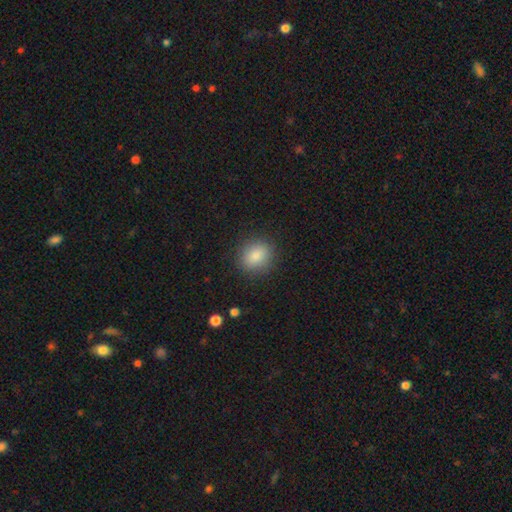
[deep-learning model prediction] Smooth or featured? Predicted: smooth (p=0.86). How rounded? Predicted: round (p=0.66). Merging? Predicted: none (p=0.86).